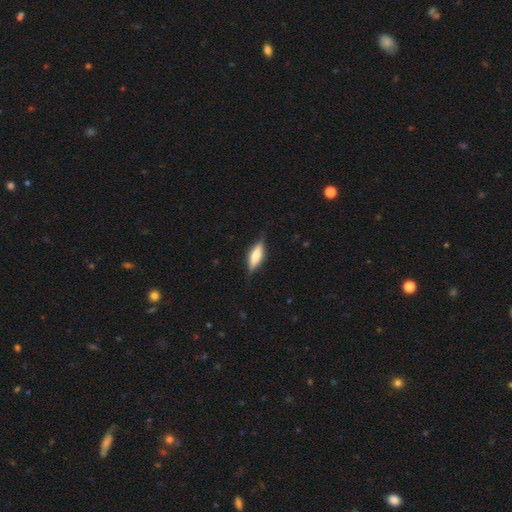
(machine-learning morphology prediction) Smooth or featured? Predicted: smooth (p=0.48). Merging? Predicted: none (p=0.81).